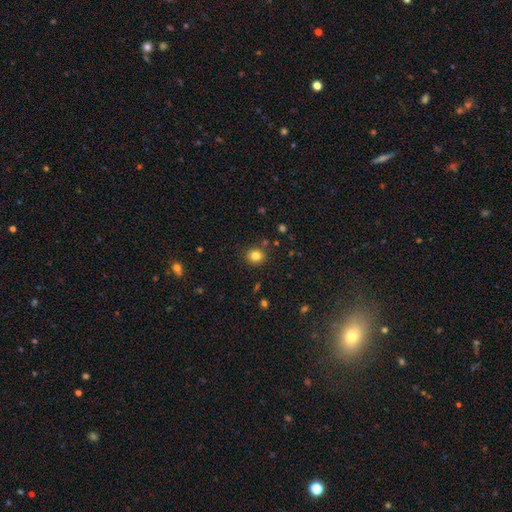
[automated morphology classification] type=smooth (81%); roundness=round (83%); merging=none (86%).